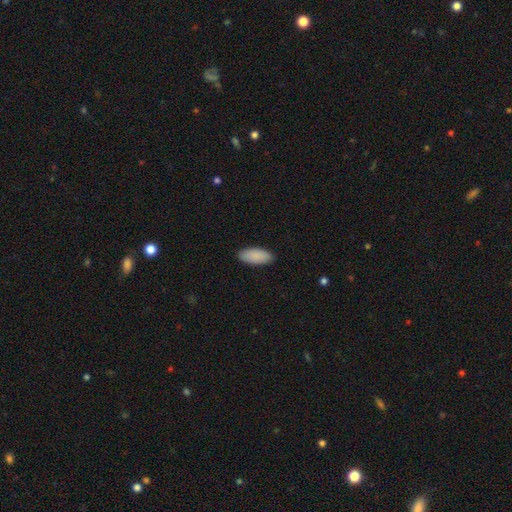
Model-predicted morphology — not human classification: smooth_or_featured: smooth (p=0.90) [alt: star or artifact p=0.06]
how_rounded: in between (p=0.87) [alt: cigar-shaped p=0.12]
merging: none (p=0.89) [alt: minor disturbance p=0.08]